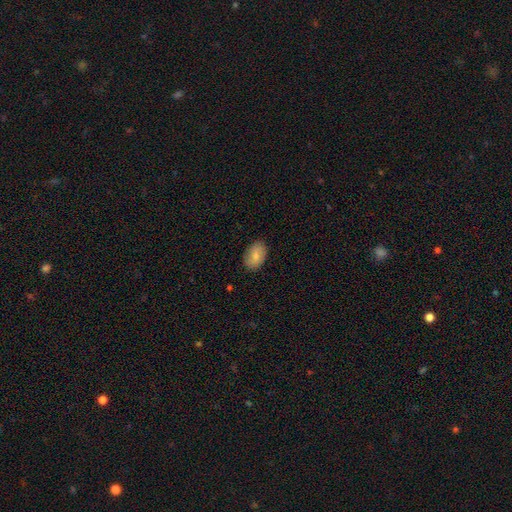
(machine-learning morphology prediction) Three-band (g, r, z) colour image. It shows a smooth galaxy with no disk features (80%) that is in between round and cigar-shaped (90%). Merging: none (85%).